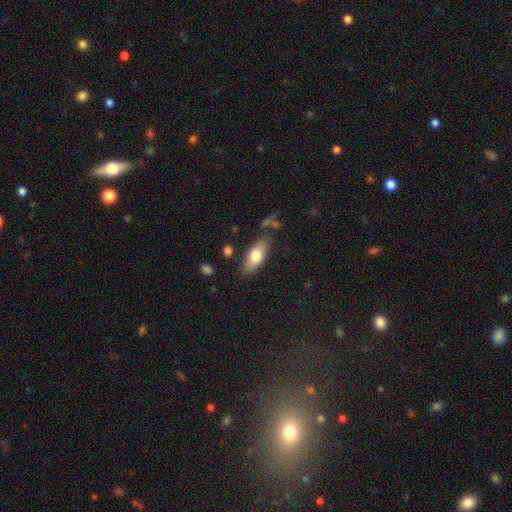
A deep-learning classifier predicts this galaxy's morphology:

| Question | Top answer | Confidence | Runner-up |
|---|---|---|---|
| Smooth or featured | smooth | 72% | featured or disk (21%) |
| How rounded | in between | 78% | cigar-shaped (19%) |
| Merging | none | 77% | minor disturbance (15%) |